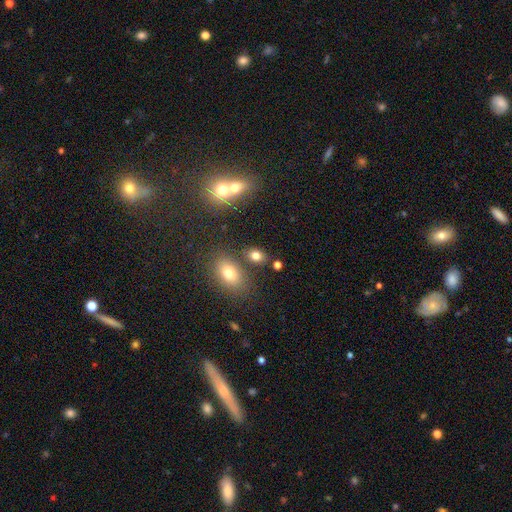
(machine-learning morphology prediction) Smooth or featured? Predicted: smooth (p=0.78). How rounded? Predicted: in between (p=0.75). Merging? Predicted: none (p=0.72).